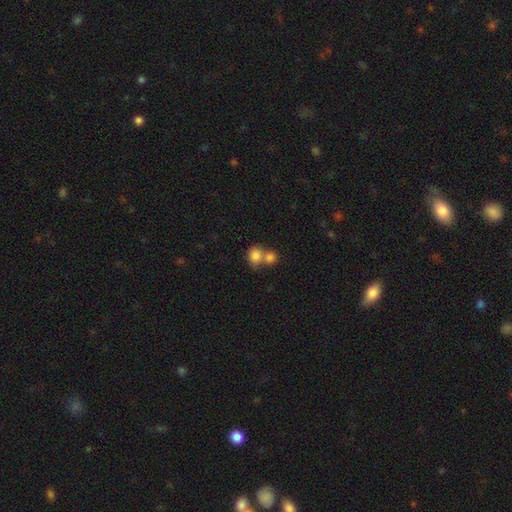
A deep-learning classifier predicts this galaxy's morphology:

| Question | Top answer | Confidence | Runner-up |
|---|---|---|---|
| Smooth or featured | smooth | 83% | star or artifact (9%) |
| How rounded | round | 65% | in between (33%) |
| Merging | merger | 55% | none (34%) |